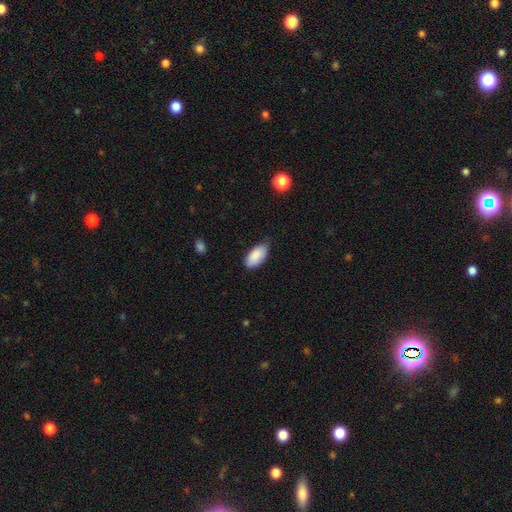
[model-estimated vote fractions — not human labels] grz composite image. It shows a smooth galaxy with no disk features (88%) that is in between round and cigar-shaped (94%). Merging: none (67%).